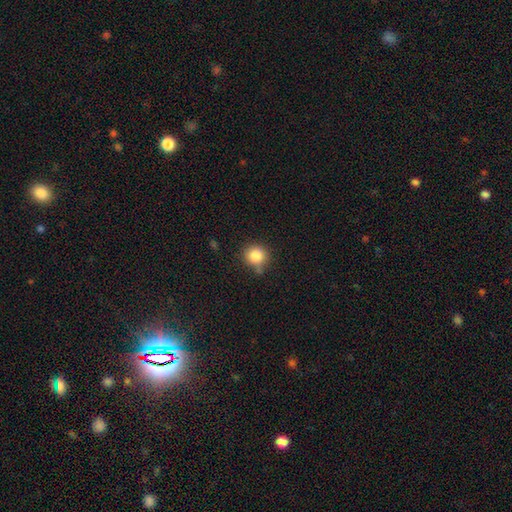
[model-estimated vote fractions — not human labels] This appears to be a smooth galaxy with no disk features (84%) that is round (88%). Merging: none (71%).